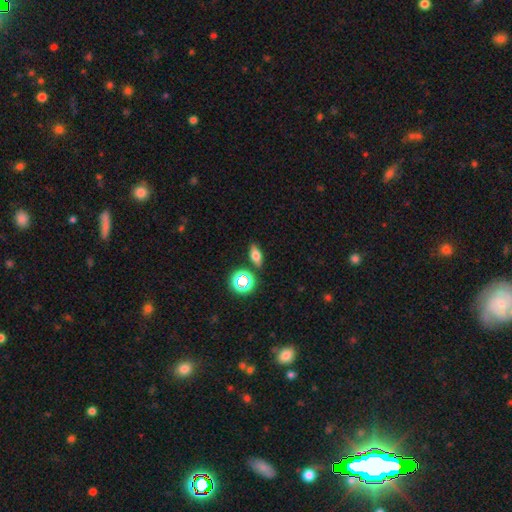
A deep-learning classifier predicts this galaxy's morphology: type=smooth (61%); roundness=in between (68%); merging=none (83%).